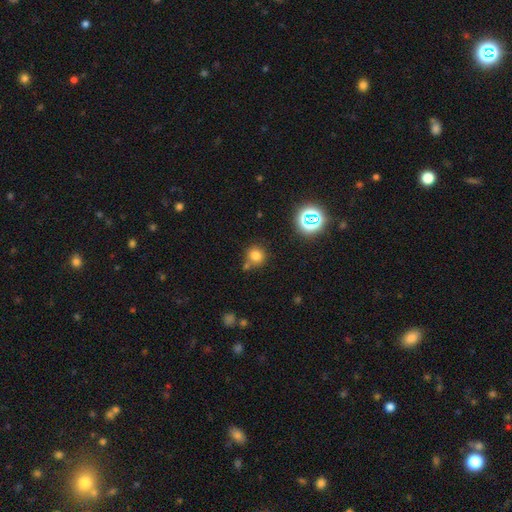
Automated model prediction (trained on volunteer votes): This appears to be a smooth galaxy with no disk features (76%) that is round (89%). Merging: none (69%).